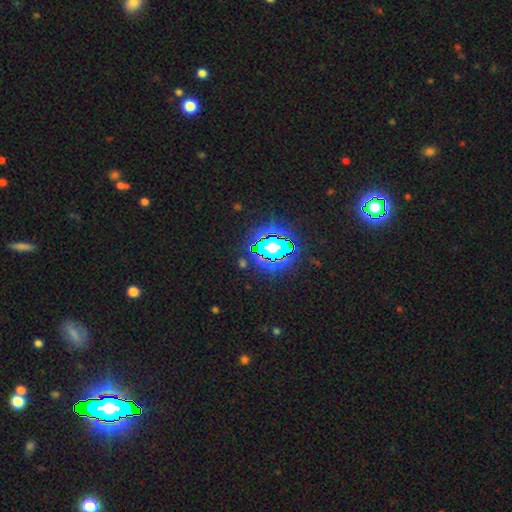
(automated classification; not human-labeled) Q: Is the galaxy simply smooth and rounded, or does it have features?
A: star or artifact — 81%.